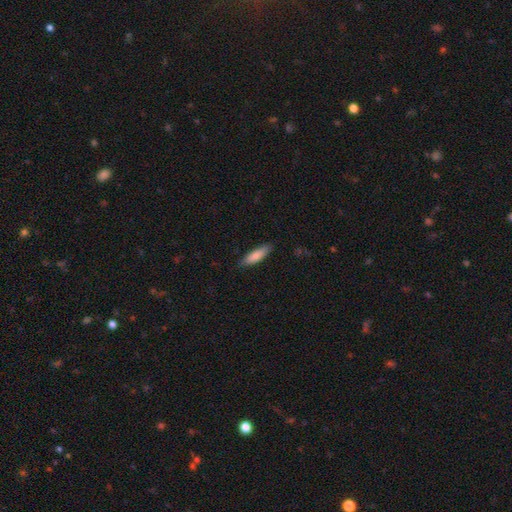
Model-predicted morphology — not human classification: Smooth or featured? Predicted: smooth (p=0.82). How rounded? Predicted: cigar-shaped (p=0.65). Merging? Predicted: none (p=0.84).